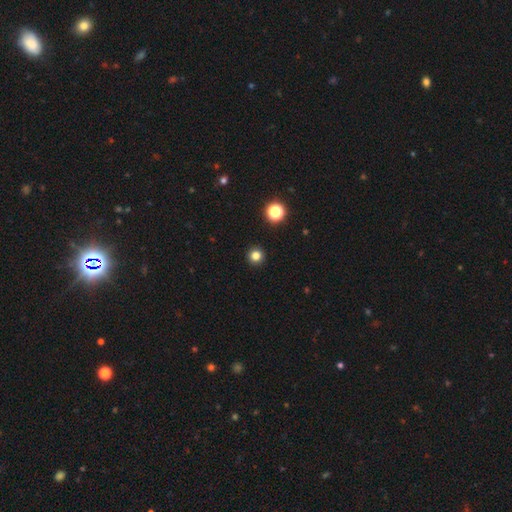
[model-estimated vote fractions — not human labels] This is clearly a smooth galaxy (81%). How rounded: clearly round (95%). Merging: clearly none (93%).